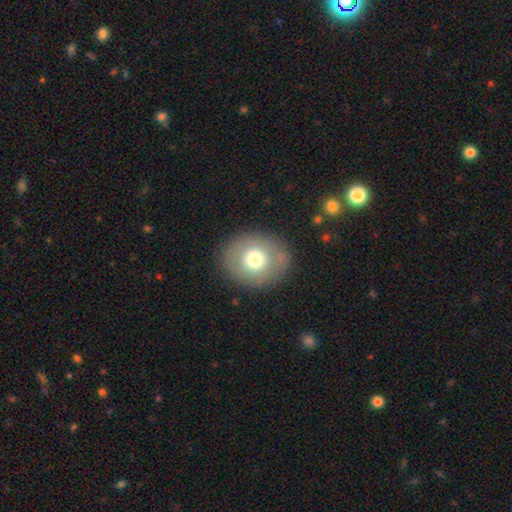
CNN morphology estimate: Smooth or featured? Predicted: smooth (p=0.55). How rounded? Predicted: round (p=0.64). Merging? Predicted: none (p=0.87).